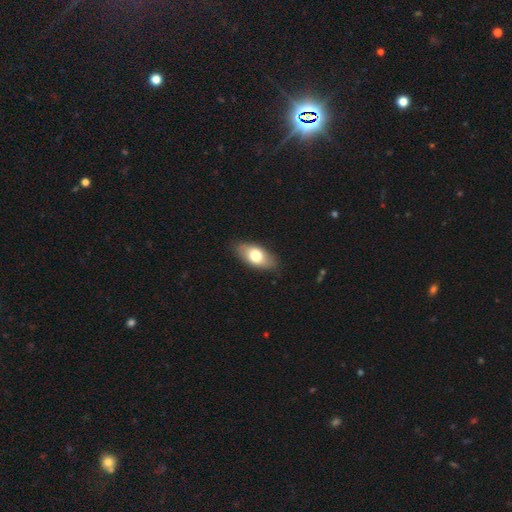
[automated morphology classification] Smooth or featured?
  - smooth: 72% *
  - featured or disk: 22%
  - star or artifact: 6%
How rounded?
  - in between: 89% *
  - cigar-shaped: 7%
  - round: 4%
Merging?
  - none: 85% *
  - minor disturbance: 11%
  - major disturbance: 2%
  - merger: 1%